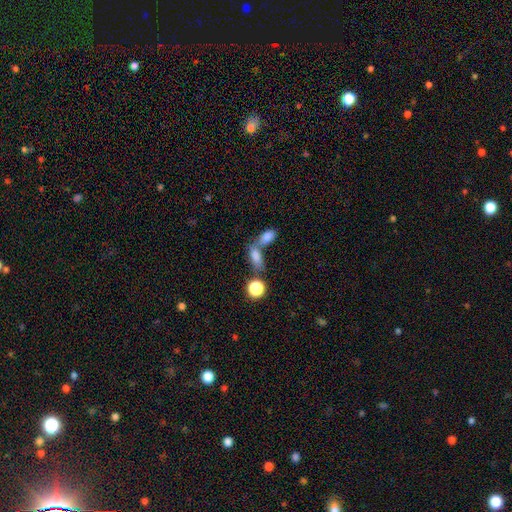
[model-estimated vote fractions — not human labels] This is likely a smooth galaxy (79%). How rounded: clearly in between (83%). Merging: possibly merger (52%).